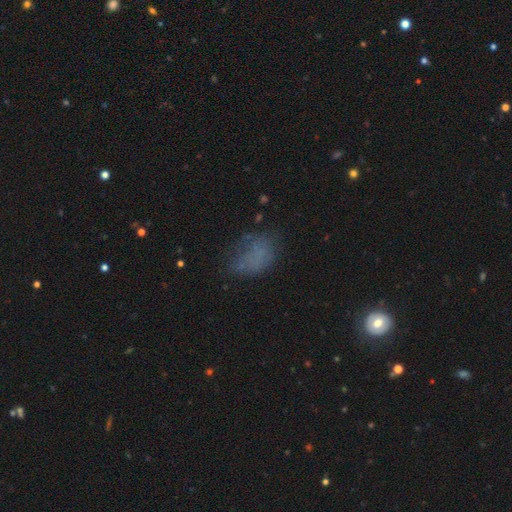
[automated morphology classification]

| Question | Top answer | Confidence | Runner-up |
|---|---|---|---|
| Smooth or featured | smooth | 57% | featured or disk (23%) |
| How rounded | in between | 77% | round (21%) |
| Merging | none | 46% | major disturbance (26%) |